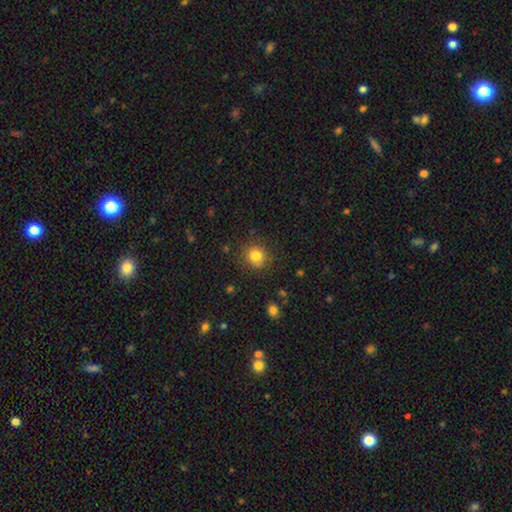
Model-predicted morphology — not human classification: type=smooth (82%); roundness=round (88%); merging=none (85%).